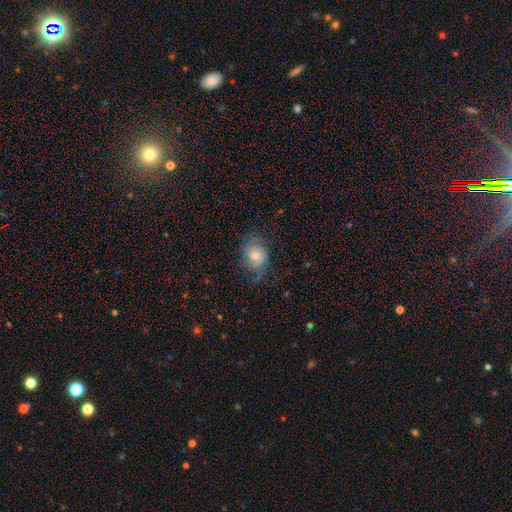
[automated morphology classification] Q: Smooth or featured?
A: smooth (58%); runner-up: featured or disk (33%)
Q: How rounded?
A: in between (51%); runner-up: round (48%)
Q: Merging?
A: none (57%); runner-up: minor disturbance (26%)